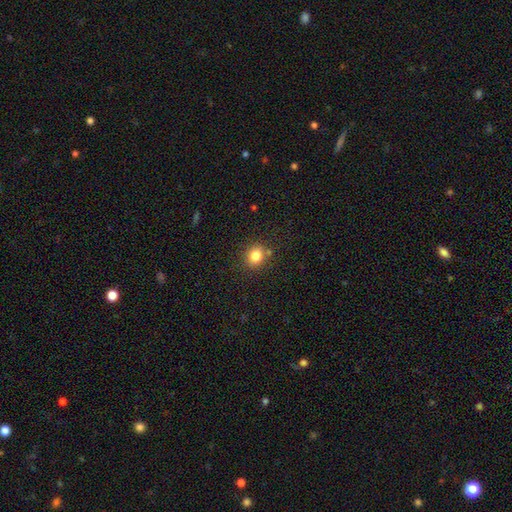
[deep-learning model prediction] smooth-or-featured: smooth: 82% | star or artifact: 12% | featured or disk: 6%
  how-rounded: round: 75% | in between: 24% | cigar-shaped: 1%
  merging: none: 82% | minor disturbance: 10% | merger: 5% | major disturbance: 3%